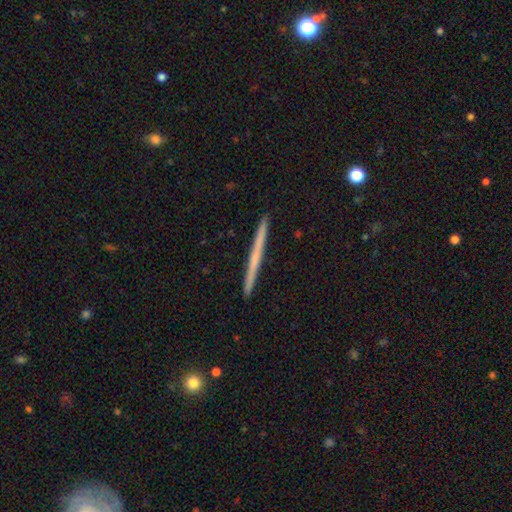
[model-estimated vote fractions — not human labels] Morphology: type=featured or disk (55%); edge-on=yes (98%); edge-on bulge=none (85%); merging=none (93%).